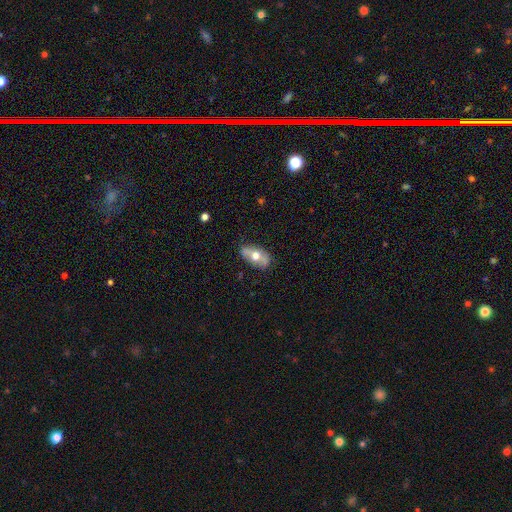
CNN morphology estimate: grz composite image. It shows a smooth galaxy with no disk features (51%) that is in between round and cigar-shaped (87%). Merging: none (72%).